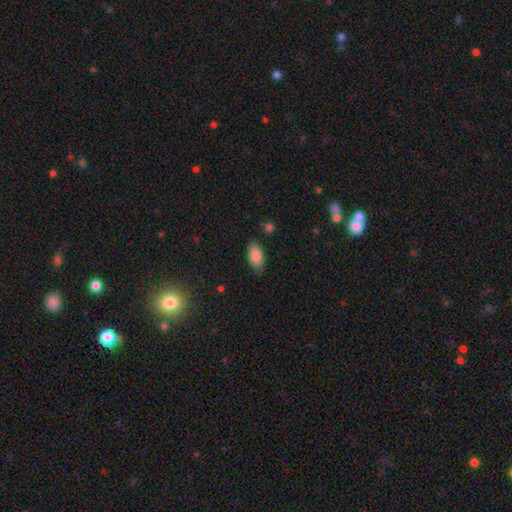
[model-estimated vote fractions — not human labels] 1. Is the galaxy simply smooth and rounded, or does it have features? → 86% smooth, 7% featured or disk, 7% star or artifact.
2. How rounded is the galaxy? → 93% in between, 4% cigar-shaped, 3% round.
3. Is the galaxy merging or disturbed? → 80% none, 15% minor disturbance, 3% major disturbance, 2% merger.